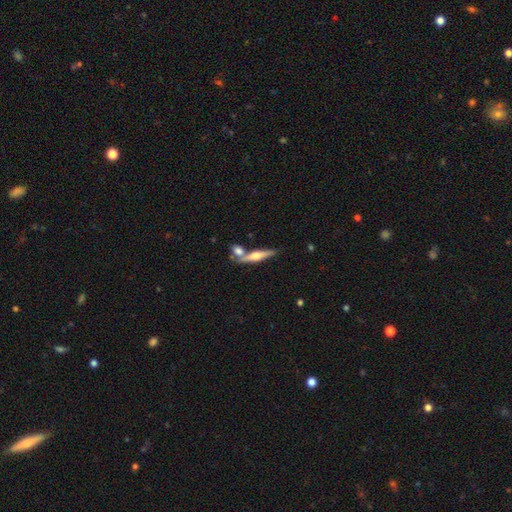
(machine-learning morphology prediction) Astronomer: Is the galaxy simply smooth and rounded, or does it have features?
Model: featured or disk — 62%.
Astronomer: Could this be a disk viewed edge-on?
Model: yes — 95%.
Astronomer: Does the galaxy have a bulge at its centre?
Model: rounded — 88%.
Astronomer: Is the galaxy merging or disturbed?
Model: none — 66%.